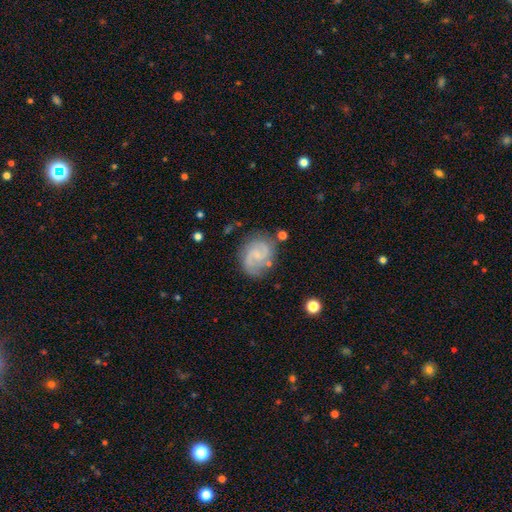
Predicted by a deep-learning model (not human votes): Q: Smooth or featured?
A: featured or disk (75%); runner-up: smooth (18%)
Q: Edge-on disk?
A: no (98%); runner-up: yes (2%)
Q: Bar?
A: no (50%); runner-up: weak (43%)
Q: Spiral arms?
A: yes (94%); runner-up: no (6%)
Q: Spiral winding?
A: medium (50%); runner-up: tight (28%)
Q: Spiral arm count?
A: 2 (84%); runner-up: can't tell (8%)
Q: Bulge size?
A: small (62%); runner-up: none (22%)
Q: Merging?
A: none (74%); runner-up: minor disturbance (17%)